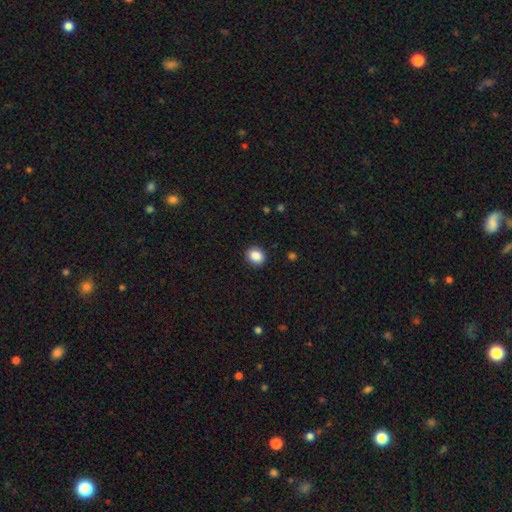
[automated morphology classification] A smooth galaxy with no disk features (88%) that is round (58%). Merging: none (90%).